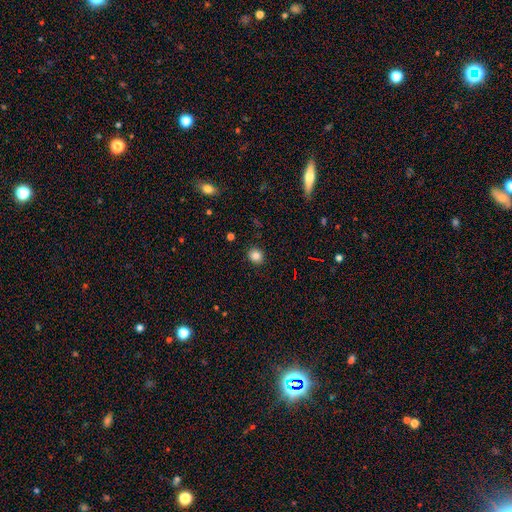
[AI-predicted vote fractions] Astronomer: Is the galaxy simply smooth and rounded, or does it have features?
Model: smooth — 84%.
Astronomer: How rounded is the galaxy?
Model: round — 79%.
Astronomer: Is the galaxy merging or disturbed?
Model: none — 90%.